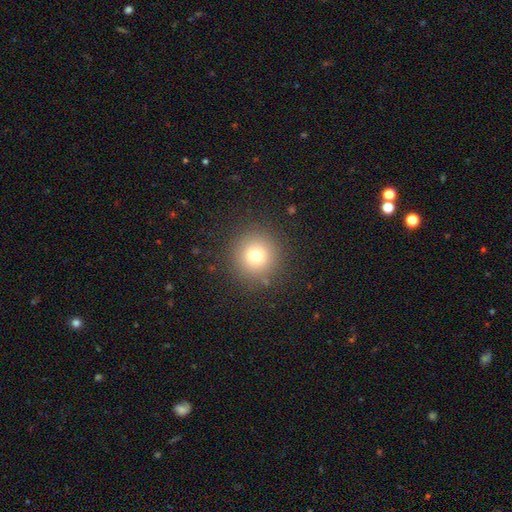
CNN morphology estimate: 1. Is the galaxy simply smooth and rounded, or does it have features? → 73% smooth, 16% star or artifact, 11% featured or disk.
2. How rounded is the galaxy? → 95% round, 4% in between, 1% cigar-shaped.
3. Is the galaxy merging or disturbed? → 88% none, 7% minor disturbance, 3% major disturbance, 1% merger.